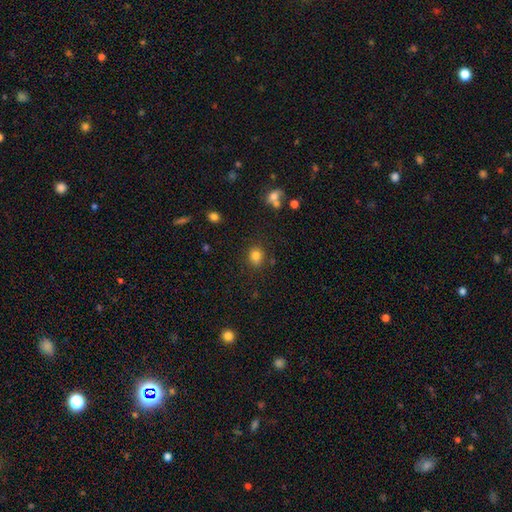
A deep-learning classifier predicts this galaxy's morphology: This is clearly a smooth galaxy (81%). How rounded: likely round (68%). Merging: clearly none (81%).